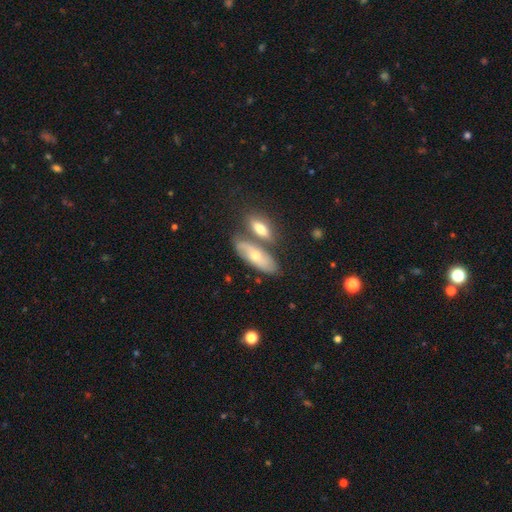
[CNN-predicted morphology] The model was most divided on "smooth or featured": smooth: 51%, featured or disk: 43%, star or artifact: 7%. More confident: how rounded — in between (72%); merging — none (53%).